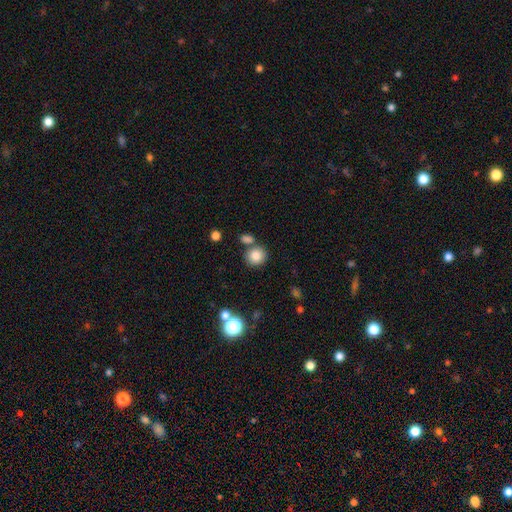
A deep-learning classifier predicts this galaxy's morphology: Smooth or featured: smooth — 84% (star or artifact — 10%)
How rounded: round — 85% (in between — 14%)
Merging: none — 70% (merger — 17%)